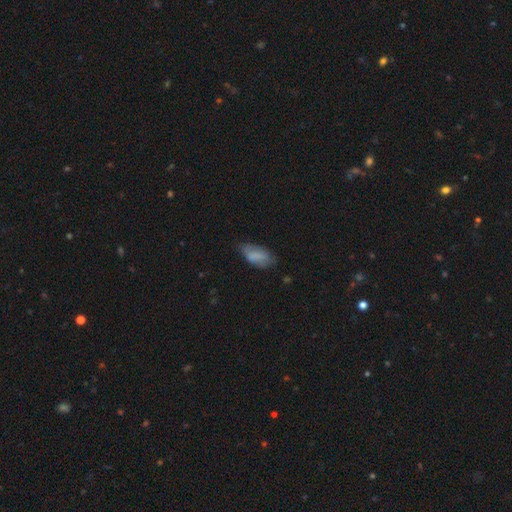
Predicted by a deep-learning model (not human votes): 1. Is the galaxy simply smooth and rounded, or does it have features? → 78% smooth, 14% featured or disk, 8% star or artifact.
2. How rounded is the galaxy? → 90% in between, 7% cigar-shaped, 3% round.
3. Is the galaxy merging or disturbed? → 60% none, 29% minor disturbance, 8% major disturbance, 2% merger.